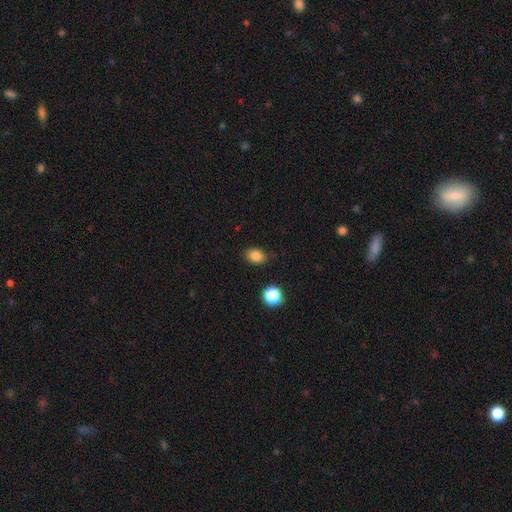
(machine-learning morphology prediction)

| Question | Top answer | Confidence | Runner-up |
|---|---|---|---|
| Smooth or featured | smooth | 84% | star or artifact (11%) |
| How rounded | in between | 71% | round (28%) |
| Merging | none | 81% | minor disturbance (13%) |